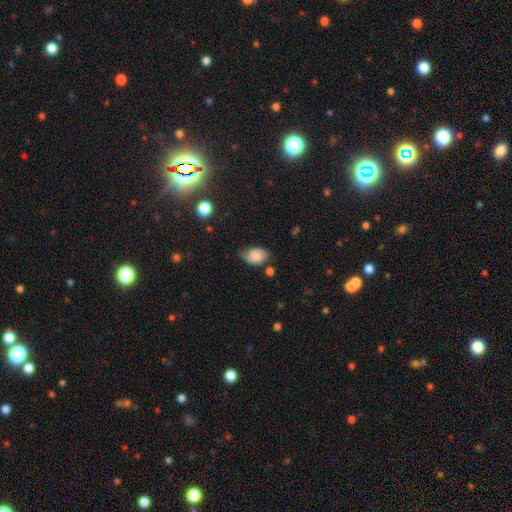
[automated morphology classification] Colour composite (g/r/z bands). It shows a smooth galaxy with no disk features (75%) that is in between round and cigar-shaped (82%). Merging: none (52%).